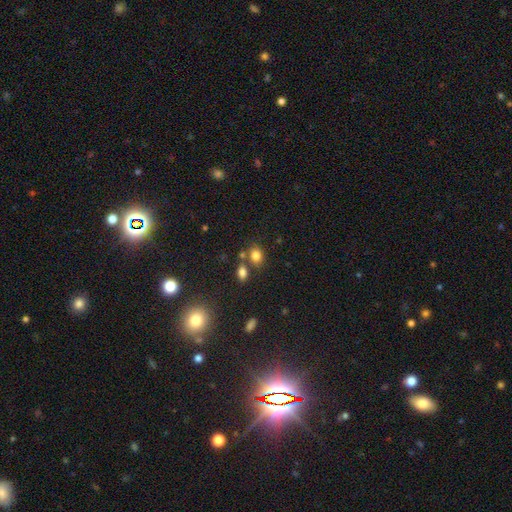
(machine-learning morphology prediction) Overall: smooth (80%). How rounded: in between (50%; round 49%). Merging: none (62%).